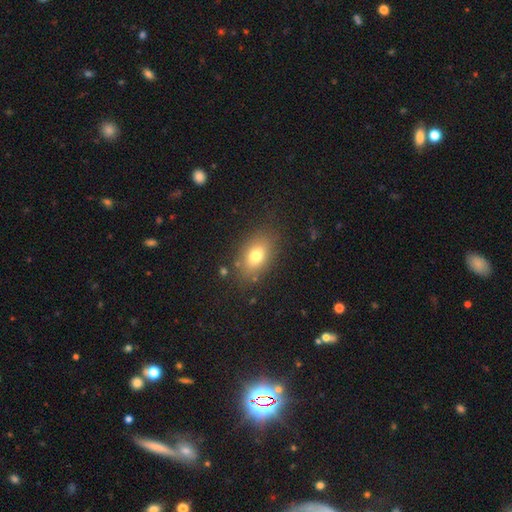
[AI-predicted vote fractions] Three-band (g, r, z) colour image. It shows a smooth galaxy with no disk features (75%) that is in between round and cigar-shaped (80%). Merging: none (81%).